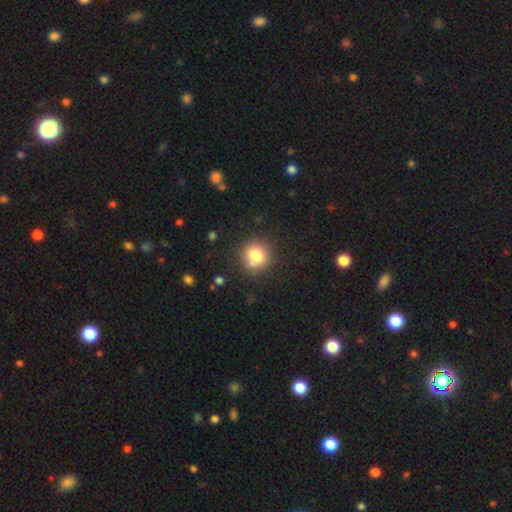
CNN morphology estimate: Smooth or featured: smooth — 78% (star or artifact — 12%)
How rounded: round — 90% (in between — 9%)
Merging: none — 78% (minor disturbance — 12%)